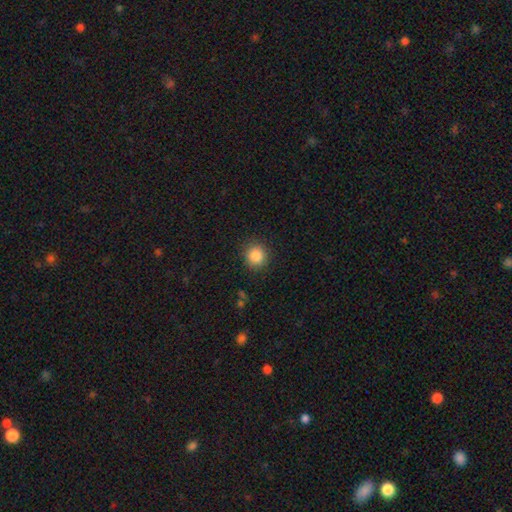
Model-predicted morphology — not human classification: A smooth galaxy with no disk features (86%) that is round (91%).

Vote fractions:
- Smooth or featured? smooth: 86% / star or artifact: 10% / featured or disk: 4%
- How rounded? round: 91% / in between: 8% / cigar-shaped: 1%
- Merging? none: 89% / minor disturbance: 7% / major disturbance: 2% / merger: 1%